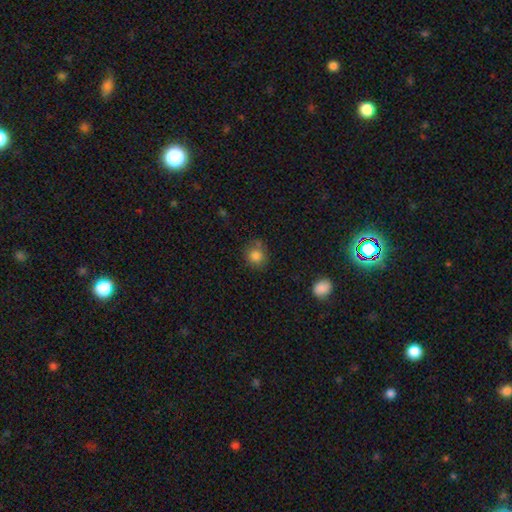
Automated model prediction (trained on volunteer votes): Smooth or featured? Predicted: smooth (p=0.83). How rounded? Predicted: round (p=0.83). Merging? Predicted: none (p=0.69).